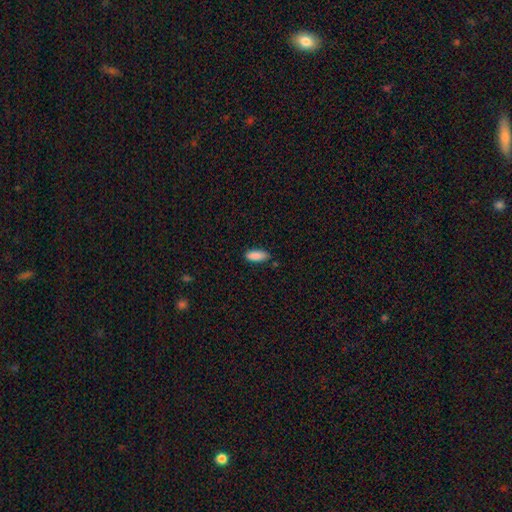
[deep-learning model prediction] A smooth galaxy with no disk features (88%) that is in between round and cigar-shaped (68%). Merging: none (81%).